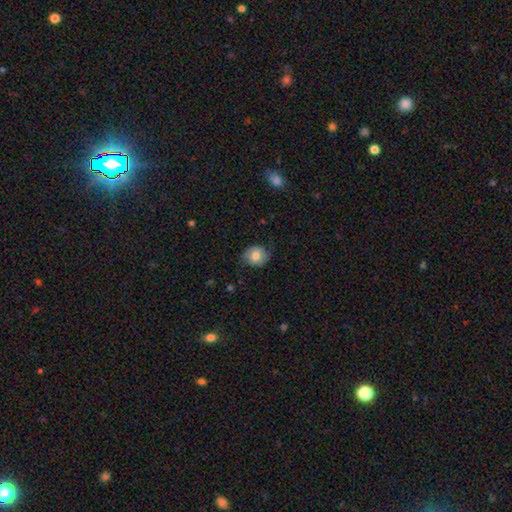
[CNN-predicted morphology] This appears to be a smooth galaxy with no disk features (71%) that is round (66%). Merging: none (75%).